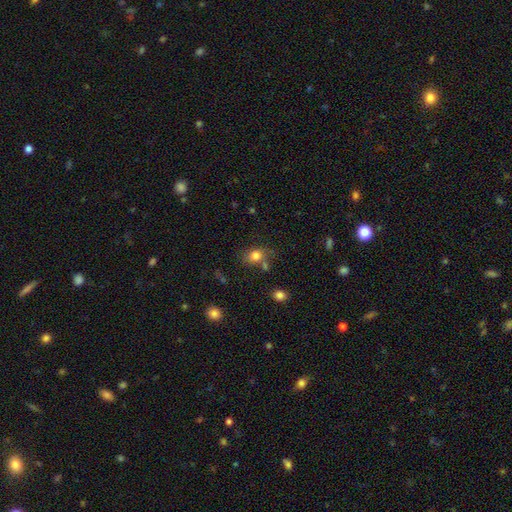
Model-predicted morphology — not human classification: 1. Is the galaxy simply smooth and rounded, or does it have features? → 80% smooth, 11% star or artifact, 8% featured or disk.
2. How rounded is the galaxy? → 50% round, 49% in between, 1% cigar-shaped.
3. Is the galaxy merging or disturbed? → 58% none, 19% minor disturbance, 15% merger, 7% major disturbance.